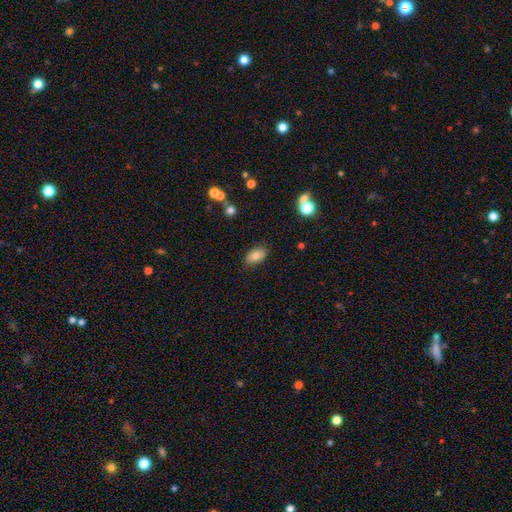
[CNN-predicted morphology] This is clearly a smooth galaxy (82%). How rounded: clearly in between (91%). Merging: clearly none (84%).